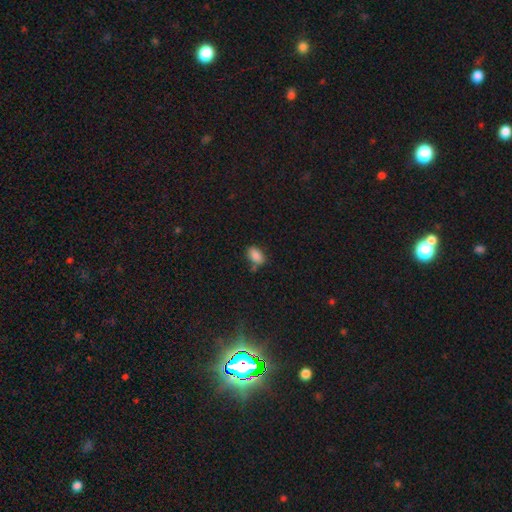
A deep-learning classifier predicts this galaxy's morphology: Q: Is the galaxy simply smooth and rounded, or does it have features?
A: smooth — 84%.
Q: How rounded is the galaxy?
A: in between — 89%.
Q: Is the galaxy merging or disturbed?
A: none — 65%.